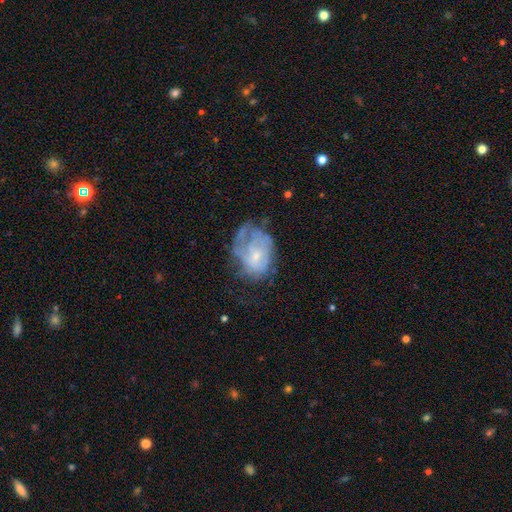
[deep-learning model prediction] Morphology: type=featured or disk (63%); edge-on=no (97%); bar=no (74%); spiral arms=yes (62%); bulge=small (67%); merging=none (35%).